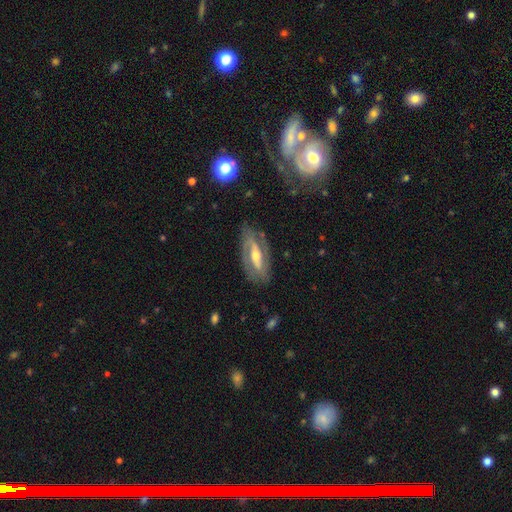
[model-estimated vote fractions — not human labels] A featured or disk galaxy (81%) with a strong bar (45%), 2 (77%) medium (41%) spiral arms (84%) and a moderate central bulge (64%). Merging: none (77%).